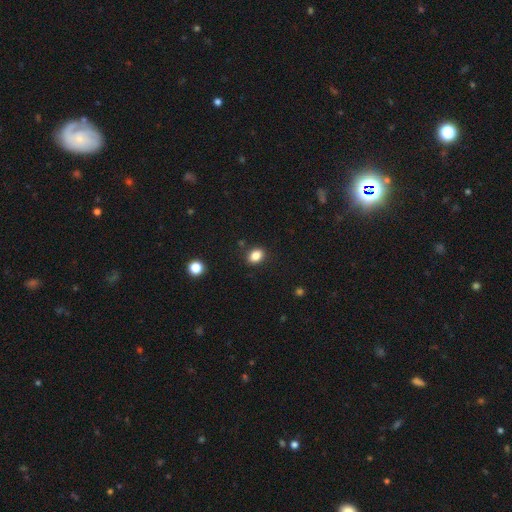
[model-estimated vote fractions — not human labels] smooth 84%, star or artifact 11%, featured or disk 5%. Down the decision tree: how rounded — in between (65%); merging — none (87%).